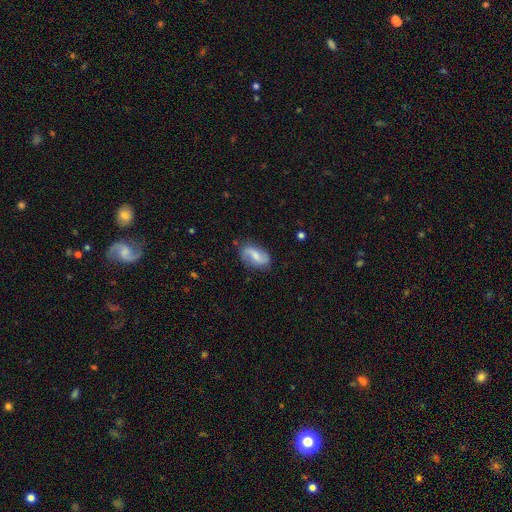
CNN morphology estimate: The model was most divided on "bulge size": small: 43%, moderate: 36%, none: 15%, large: 5%, dominant: 1%. Remaining: edge-on disk — no (96%); spiral arms — yes (91%); spiral arm count — 2 (88%); merging — none (77%); spiral winding — loose (66%); smooth or featured — featured or disk (63%); bar — weak (46%).